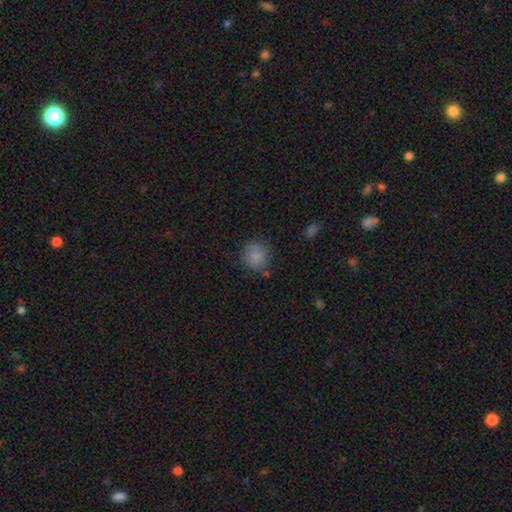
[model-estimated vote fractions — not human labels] The model was most divided on "merging": none: 75%, minor disturbance: 17%, major disturbance: 5%, merger: 4%. More confident: how rounded — round (87%); smooth or featured — smooth (83%).